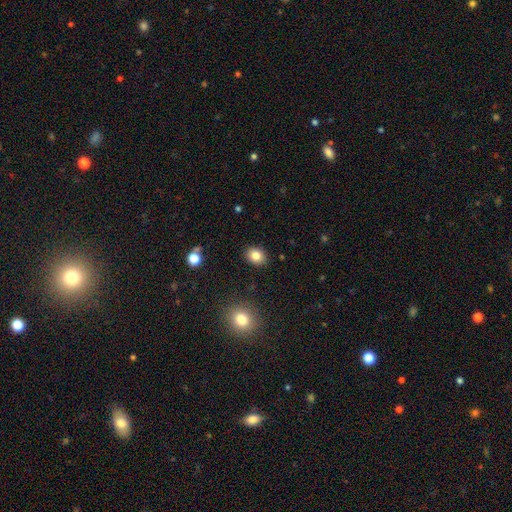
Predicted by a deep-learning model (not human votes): Smooth or featured?
  - smooth: 83% *
  - star or artifact: 10%
  - featured or disk: 7%
How rounded?
  - round: 51% *
  - in between: 48%
  - cigar-shaped: 1%
Merging?
  - none: 89% *
  - minor disturbance: 8%
  - major disturbance: 2%
  - merger: 1%